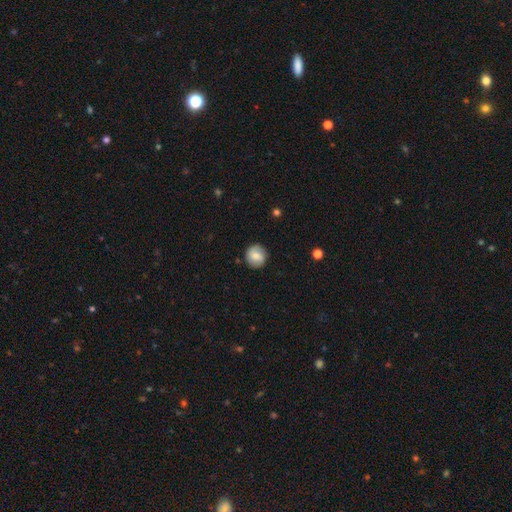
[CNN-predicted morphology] This appears to be a smooth galaxy with no disk features (68%) that is round (90%). Merging: none (86%).